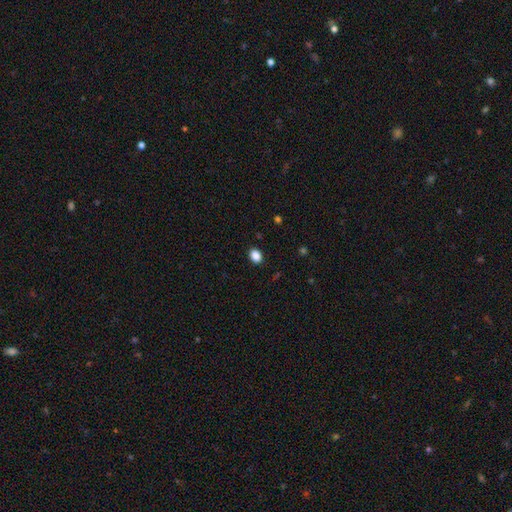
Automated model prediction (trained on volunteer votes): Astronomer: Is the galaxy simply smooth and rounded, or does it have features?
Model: smooth — 88%.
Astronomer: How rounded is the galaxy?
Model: in between — 64%.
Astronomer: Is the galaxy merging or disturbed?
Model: none — 90%.